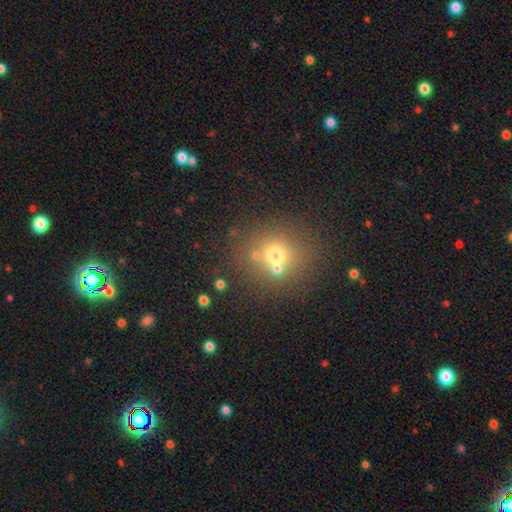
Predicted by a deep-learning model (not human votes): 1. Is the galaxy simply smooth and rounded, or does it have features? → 63% smooth, 21% star or artifact, 16% featured or disk.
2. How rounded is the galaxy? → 85% round, 14% in between, 1% cigar-shaped.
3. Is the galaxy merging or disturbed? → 62% none, 24% merger, 9% minor disturbance, 4% major disturbance.